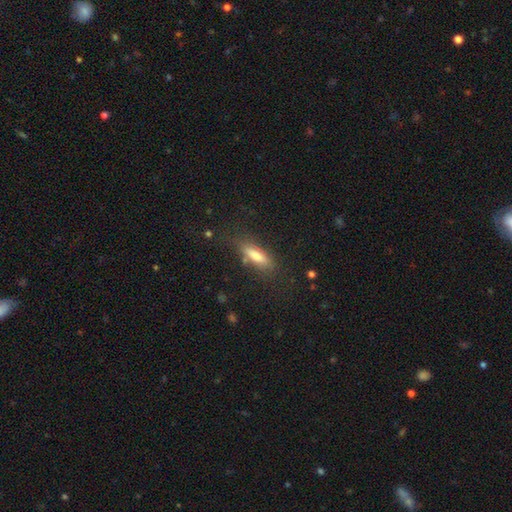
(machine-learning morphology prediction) smooth_or_featured: smooth (p=0.65) [alt: featured or disk p=0.25]
how_rounded: cigar-shaped (p=0.58) [alt: in between p=0.40]
merging: none (p=0.74) [alt: minor disturbance p=0.17]